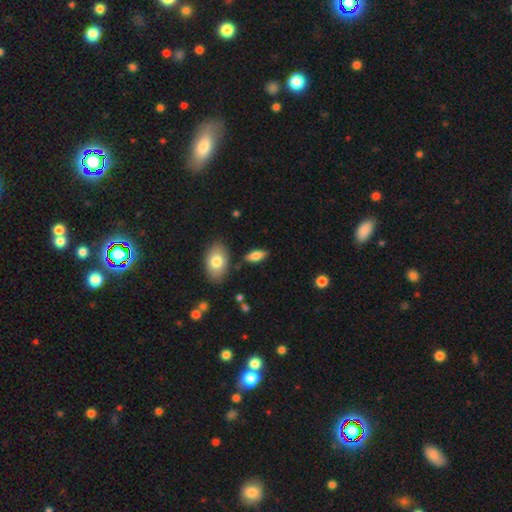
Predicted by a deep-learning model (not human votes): Smooth or featured? Predicted: smooth (p=0.74). How rounded? Predicted: in between (p=0.82). Merging? Predicted: none (p=0.81).